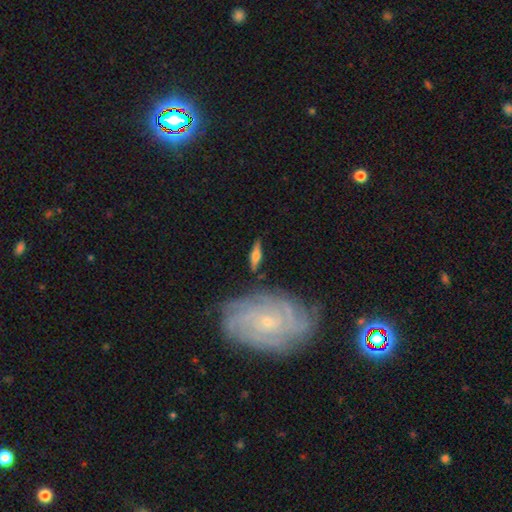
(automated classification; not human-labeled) Smooth or featured: featured or disk — 59% (smooth — 35%)
Edge-on disk: yes — 83% (no — 17%)
Merging: none — 80% (minor disturbance — 13%)